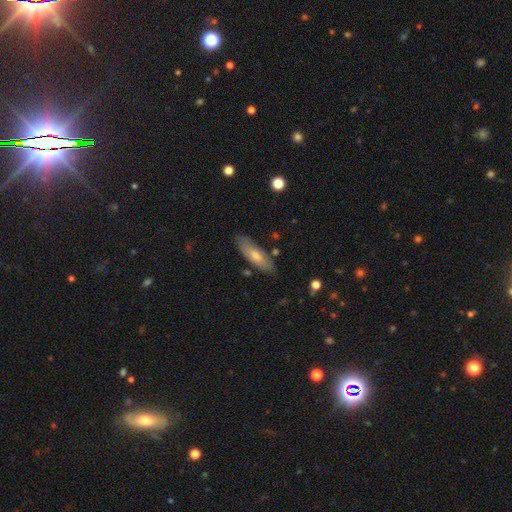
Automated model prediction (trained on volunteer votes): smooth-or-featured: smooth: 66% | featured or disk: 28% | star or artifact: 6%
  how-rounded: in between: 52% | cigar-shaped: 46% | round: 2%
  merging: none: 80% | minor disturbance: 14% | major disturbance: 3% | merger: 3%